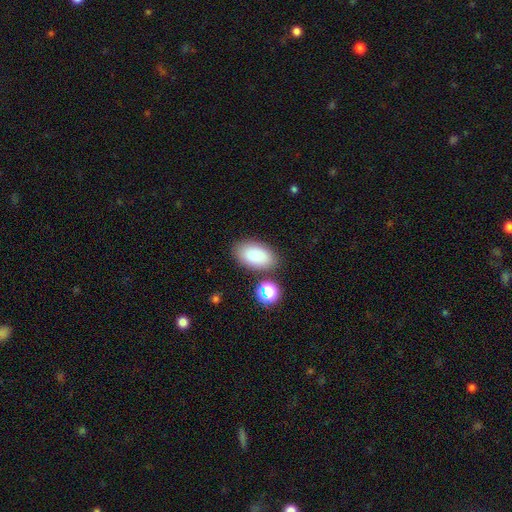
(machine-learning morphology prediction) Overall: smooth (85%). How rounded: in between (93%). Merging: none (79%).